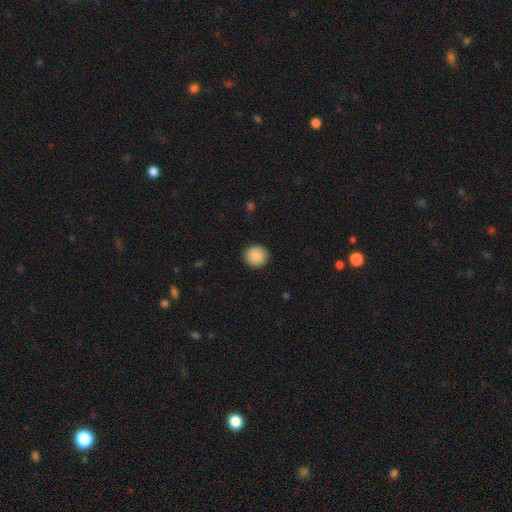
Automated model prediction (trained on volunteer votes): This is clearly a smooth galaxy (86%). How rounded: clearly round (94%). Merging: clearly none (92%).